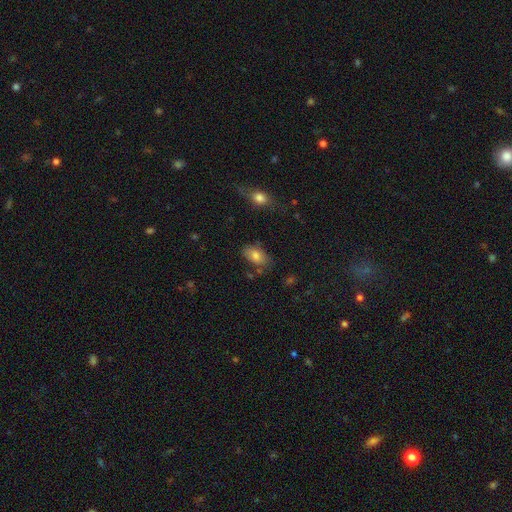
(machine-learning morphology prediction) Smooth or featured?
  - smooth: 80% *
  - featured or disk: 12%
  - star or artifact: 8%
How rounded?
  - in between: 91% *
  - round: 7%
  - cigar-shaped: 2%
Merging?
  - none: 71% *
  - minor disturbance: 19%
  - merger: 5%
  - major disturbance: 5%